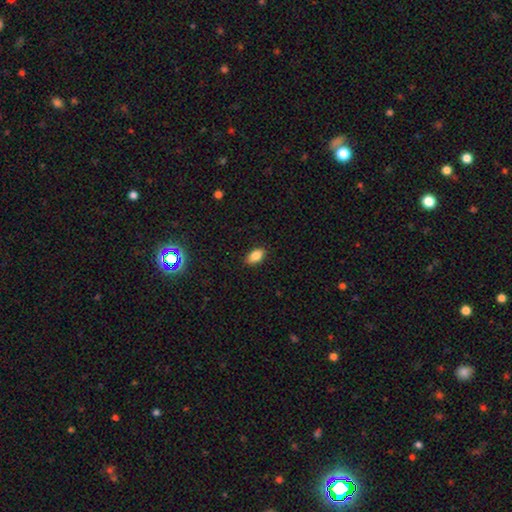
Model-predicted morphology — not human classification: The model was most divided on "smooth or featured": smooth: 84%, star or artifact: 9%, featured or disk: 8%. More confident: how rounded — in between (89%); merging — none (88%).